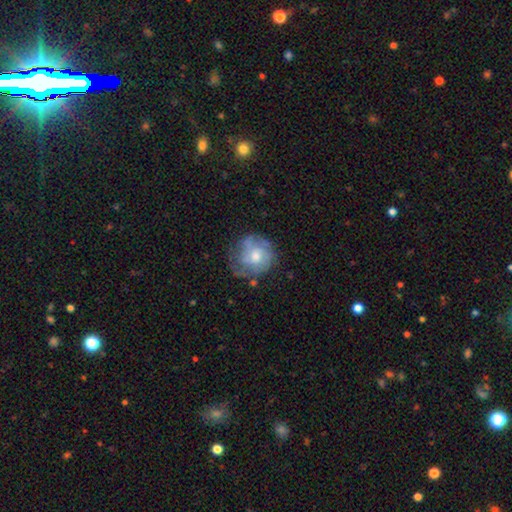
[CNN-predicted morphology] A featured or disk galaxy (55%) with no bar (78%), spiral arms (64%) and a moderate central bulge (63%).

Vote fractions:
- Smooth or featured? featured or disk: 55% / smooth: 36% / star or artifact: 9%
- Edge-on disk? no: 97% / yes: 3%
- Bar? no: 78% / weak: 20% / strong: 3%
- Spiral arms? yes: 64% / no: 36%
- Bulge size? moderate: 63% / small: 25% / large: 8% / none: 3% / dominant: 1%
- Merging? none: 64% / minor disturbance: 23% / major disturbance: 11% / merger: 2%